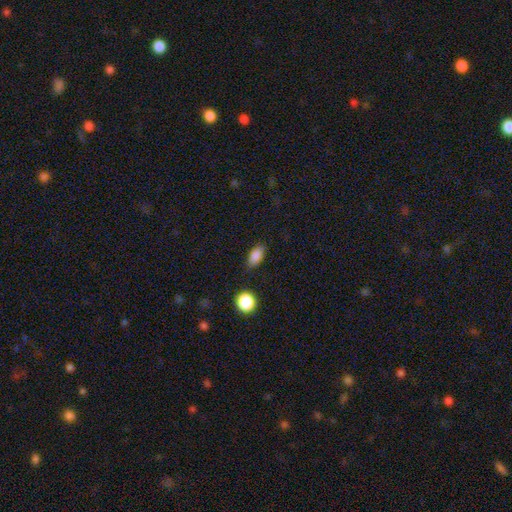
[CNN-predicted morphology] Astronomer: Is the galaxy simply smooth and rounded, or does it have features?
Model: smooth — 85%.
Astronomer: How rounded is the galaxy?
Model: in between — 86%.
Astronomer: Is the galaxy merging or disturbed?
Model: none — 82%.